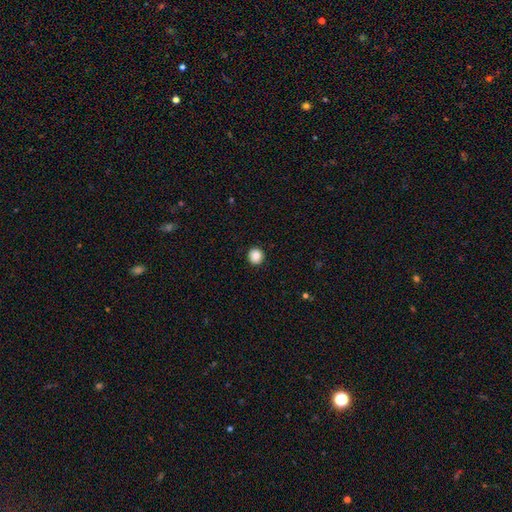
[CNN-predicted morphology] This appears to be a smooth galaxy with no disk features (87%) that is round (93%). Merging: none (92%).